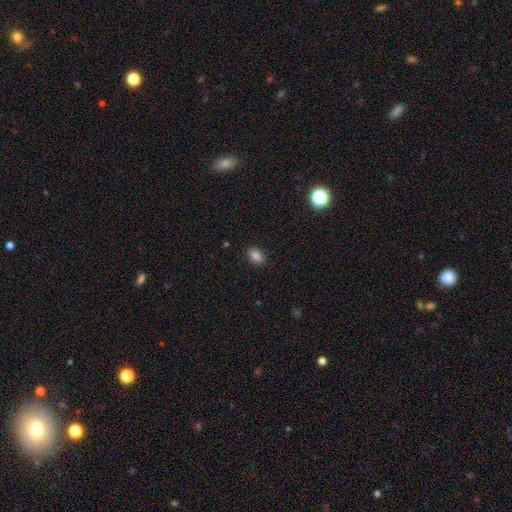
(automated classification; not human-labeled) Overall: smooth (85%). How rounded: in between (86%). Merging: none (88%).